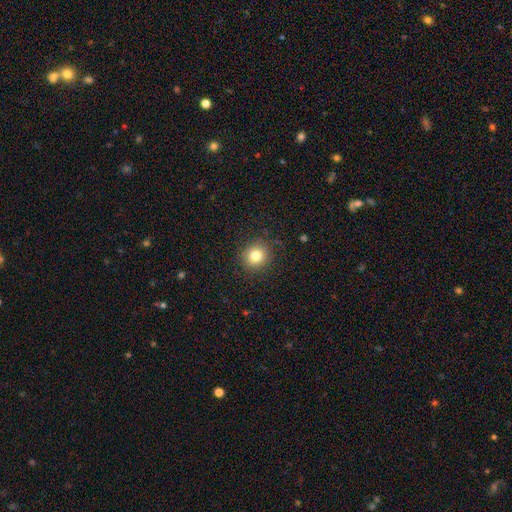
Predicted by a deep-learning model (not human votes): A smooth galaxy with no disk features (80%) that is round (88%). Merging: none (87%).